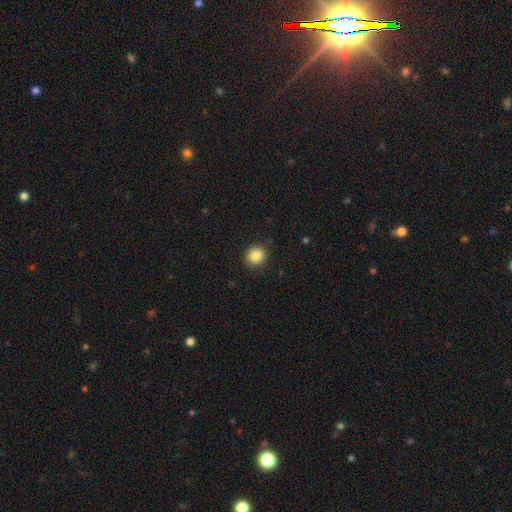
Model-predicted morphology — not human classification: Q: Smooth or featured?
A: smooth (86%); runner-up: star or artifact (9%)
Q: How rounded?
A: round (76%); runner-up: in between (23%)
Q: Merging?
A: none (89%); runner-up: minor disturbance (8%)